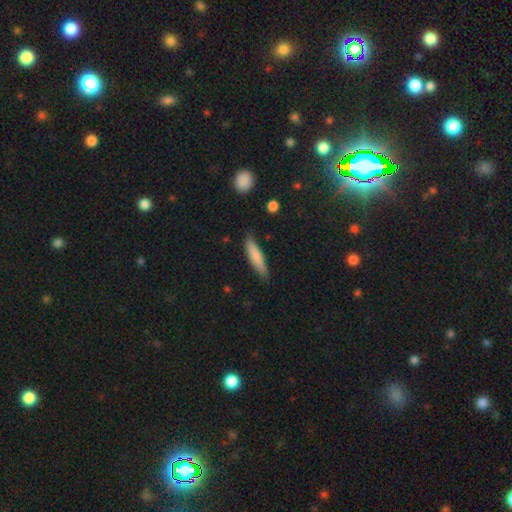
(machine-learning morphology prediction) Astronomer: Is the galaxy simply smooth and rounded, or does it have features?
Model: smooth — 80%.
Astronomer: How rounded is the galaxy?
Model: cigar-shaped — 80%.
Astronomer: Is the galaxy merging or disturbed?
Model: none — 83%.